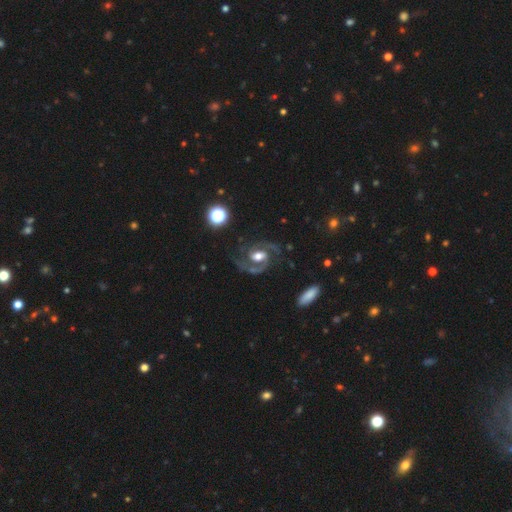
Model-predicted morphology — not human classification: This is clearly a featured or disk galaxy (91%). It is clearly not viewed edge-on (98%). Bar: marginally weak (41%). Spiral arm pattern: clearly yes (98%). Spiral arm count: clearly 2 (93%). Spiral winding: likely medium (63%). Central bulge: likely moderate (64%). Merging: likely none (77%).